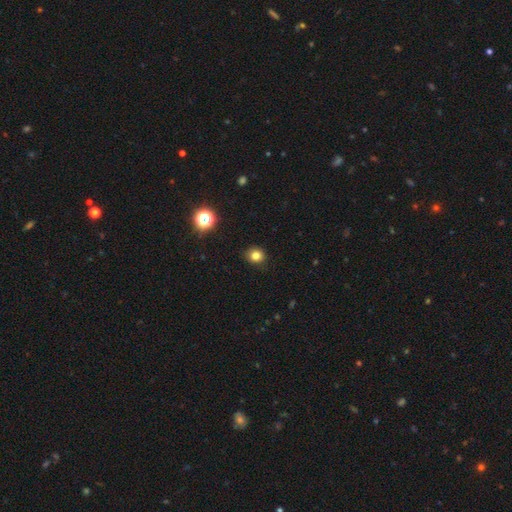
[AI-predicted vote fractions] The model was most divided on "how rounded": round: 77%, in between: 22%, cigar-shaped: 1%. More confident: merging — none (88%); smooth or featured — smooth (80%).